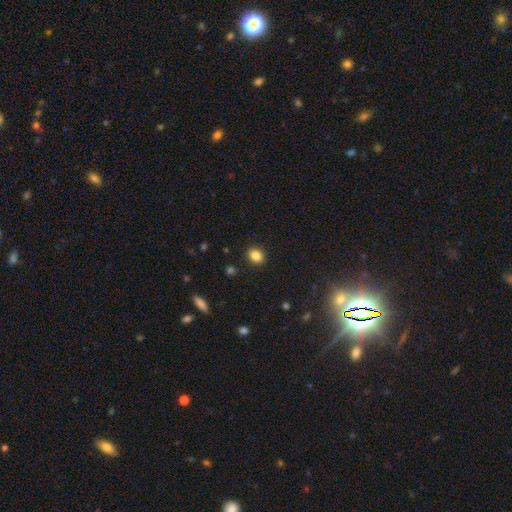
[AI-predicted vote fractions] Smooth or featured? Predicted: smooth (p=0.85). How rounded? Predicted: round (p=0.50). Merging? Predicted: none (p=0.89).